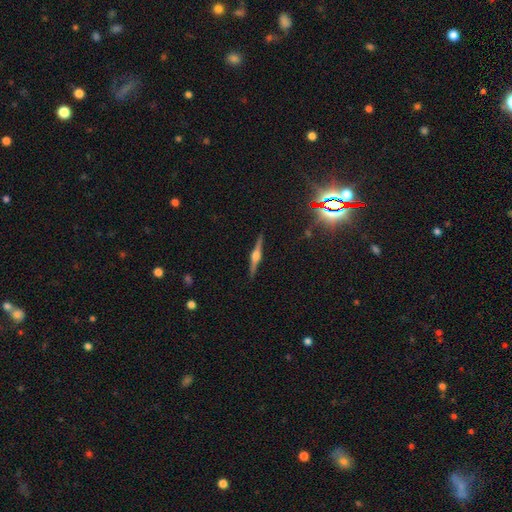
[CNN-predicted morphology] Smooth or featured: featured or disk — 81% (smooth — 12%)
Edge-on disk: yes — 98% (no — 2%)
Edge-on bulge: rounded — 86% (boxy — 12%)
Merging: none — 91% (minor disturbance — 6%)